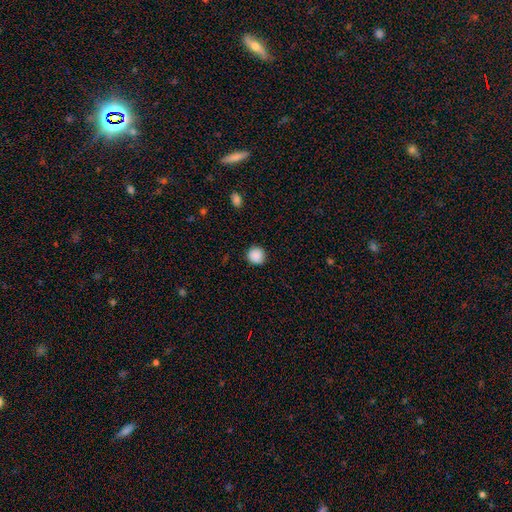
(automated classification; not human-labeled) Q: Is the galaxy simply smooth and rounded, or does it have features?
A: smooth — 89%.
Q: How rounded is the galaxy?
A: round — 93%.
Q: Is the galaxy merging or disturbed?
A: none — 91%.